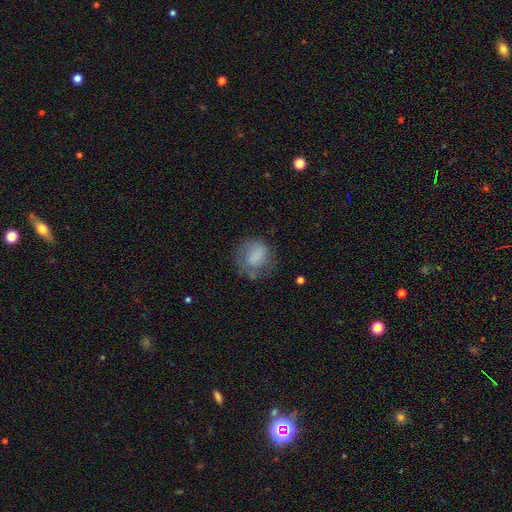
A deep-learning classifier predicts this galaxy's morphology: smooth 71%, featured or disk 20%, star or artifact 8%. Down the decision tree: how rounded — round (70%); merging — none (52%).